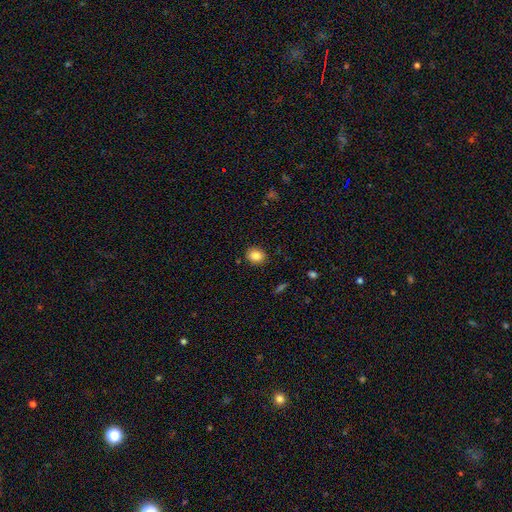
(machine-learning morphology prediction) type=smooth (85%); roundness=round (62%); merging=none (88%).